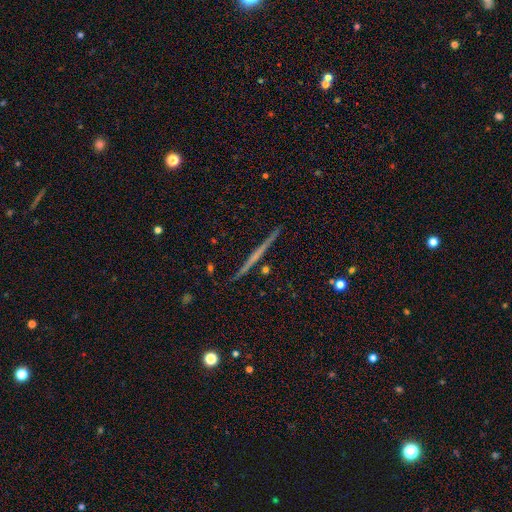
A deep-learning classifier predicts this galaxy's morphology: featured or disk 70%, smooth 23%, star or artifact 7%. Down the decision tree: edge-on disk — yes (98%); edge-on bulge — none (77%); merging — none (92%).